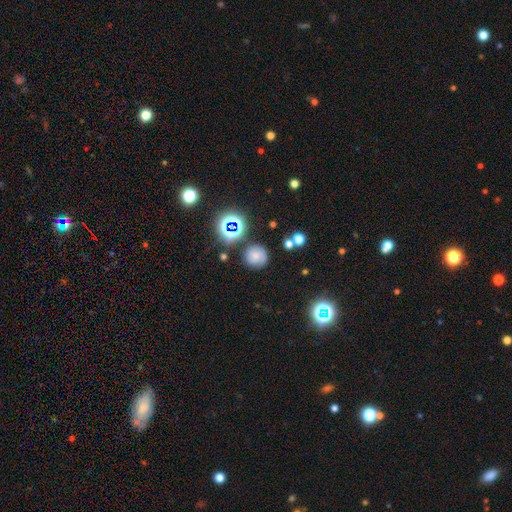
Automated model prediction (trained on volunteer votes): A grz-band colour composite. It shows a smooth galaxy with no disk features (61%) that is round (91%). Merging: none (77%).